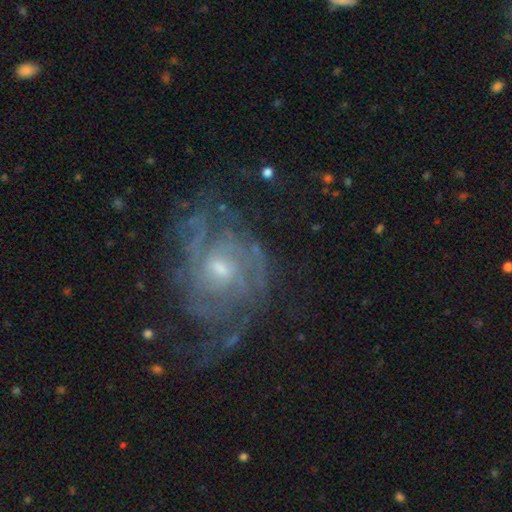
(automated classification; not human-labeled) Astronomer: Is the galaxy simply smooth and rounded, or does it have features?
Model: featured or disk — 83%.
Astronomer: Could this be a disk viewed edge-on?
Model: no — 97%.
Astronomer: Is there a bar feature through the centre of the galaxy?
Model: no — 68%.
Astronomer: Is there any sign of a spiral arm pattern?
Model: yes — 90%.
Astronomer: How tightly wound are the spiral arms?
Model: tight — 52% (runner-up: medium, 35%).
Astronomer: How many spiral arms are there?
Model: can't tell — 43% (runner-up: 2, 21%).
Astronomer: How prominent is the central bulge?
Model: small — 52% (runner-up: moderate, 43%).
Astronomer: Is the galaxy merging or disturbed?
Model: none — 61%.